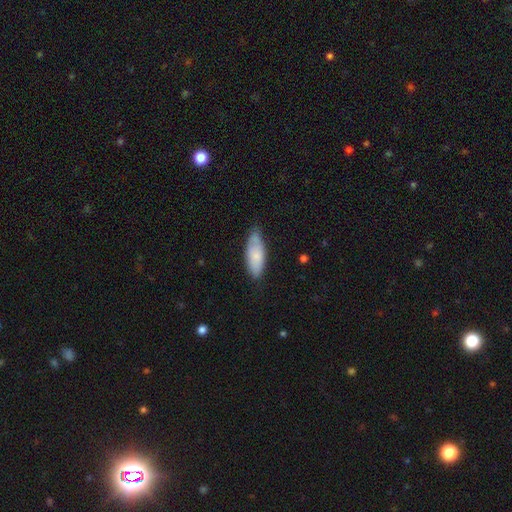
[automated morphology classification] smooth 78%, featured or disk 17%, star or artifact 6%. Down the decision tree: how rounded — in between (71%); merging — none (69%).